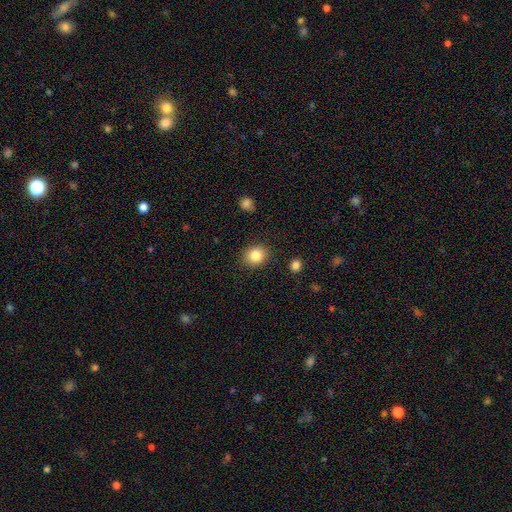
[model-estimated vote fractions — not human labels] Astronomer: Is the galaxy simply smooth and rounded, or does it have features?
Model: smooth — 85%.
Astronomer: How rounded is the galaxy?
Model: round — 70%.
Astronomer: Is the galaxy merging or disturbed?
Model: none — 88%.